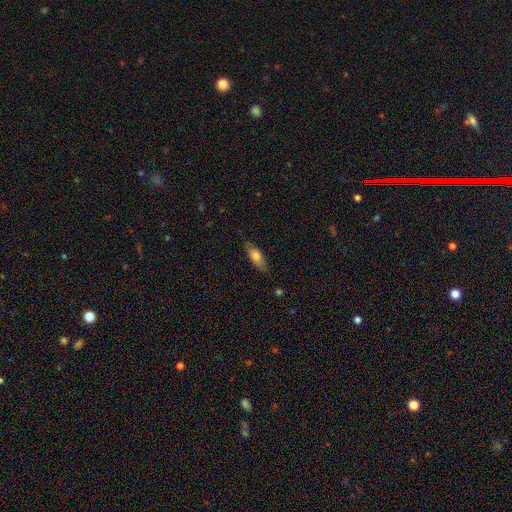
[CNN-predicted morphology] Smooth or featured?
  - smooth: 73% *
  - featured or disk: 21%
  - star or artifact: 7%
How rounded?
  - in between: 63% *
  - cigar-shaped: 34%
  - round: 2%
Merging?
  - none: 78% *
  - minor disturbance: 17%
  - major disturbance: 4%
  - merger: 1%